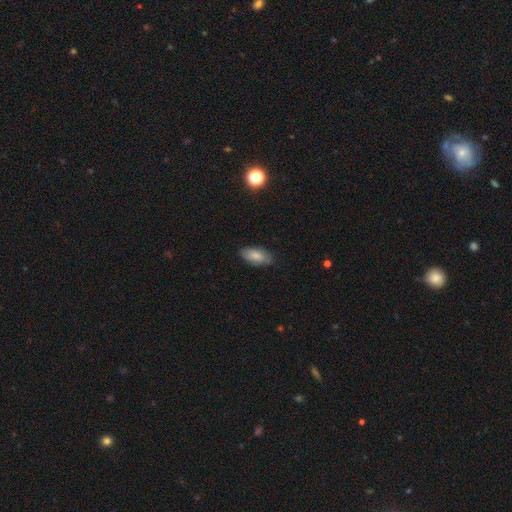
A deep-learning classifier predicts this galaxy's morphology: Smooth or featured? smooth (81%)
How rounded? in between (91%)
Merging? none (81%)